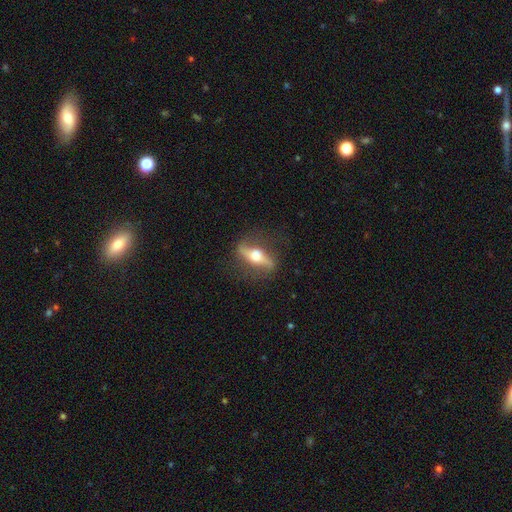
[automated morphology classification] Smooth or featured? featured or disk (74%)
Edge-on disk? yes (55%)
Merging? none (78%)